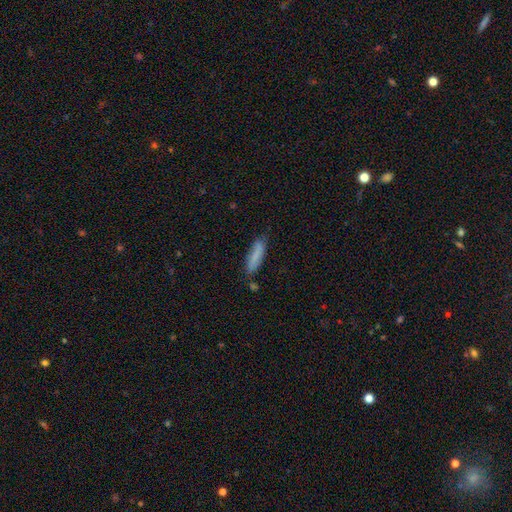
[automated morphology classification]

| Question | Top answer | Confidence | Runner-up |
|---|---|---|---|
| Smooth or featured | smooth | 78% | featured or disk (15%) |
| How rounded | cigar-shaped | 72% | in between (26%) |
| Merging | none | 74% | minor disturbance (18%) |